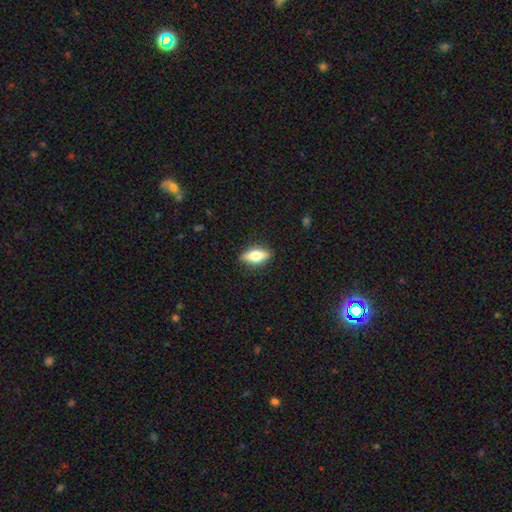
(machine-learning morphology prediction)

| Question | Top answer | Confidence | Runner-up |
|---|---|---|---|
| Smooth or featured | smooth | 58% | featured or disk (36%) |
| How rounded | in between | 71% | cigar-shaped (25%) |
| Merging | none | 86% | minor disturbance (11%) |